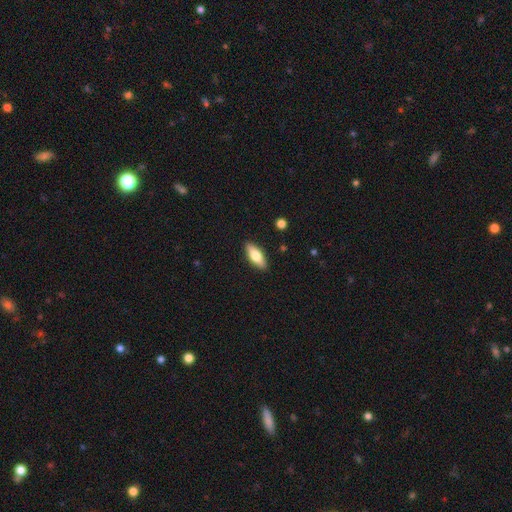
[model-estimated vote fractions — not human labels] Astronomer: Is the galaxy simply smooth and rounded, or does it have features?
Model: smooth — 67%.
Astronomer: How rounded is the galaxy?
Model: in between — 68%.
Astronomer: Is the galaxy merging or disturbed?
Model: none — 89%.